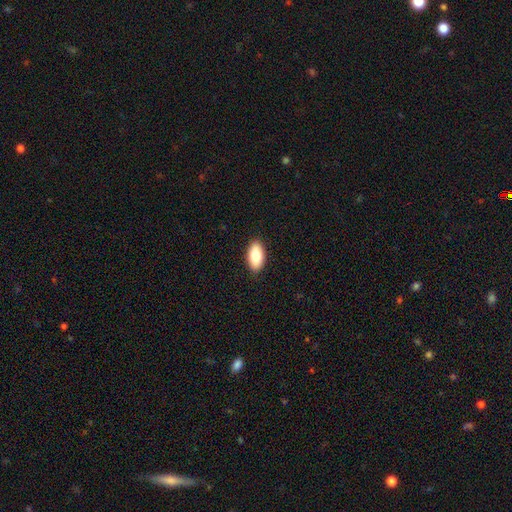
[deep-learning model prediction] The model was most divided on "smooth or featured": smooth: 82%, featured or disk: 12%, star or artifact: 7%. More confident: how rounded — in between (92%); merging — none (90%).